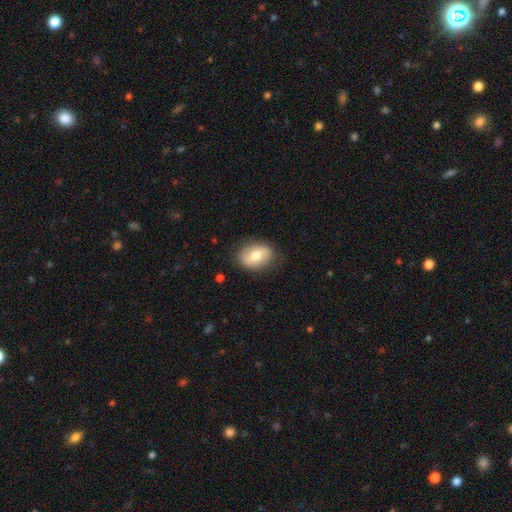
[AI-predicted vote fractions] Smooth or featured?
  - smooth: 67% *
  - featured or disk: 26%
  - star or artifact: 7%
How rounded?
  - in between: 73% *
  - round: 25%
  - cigar-shaped: 1%
Merging?
  - none: 82% *
  - minor disturbance: 13%
  - major disturbance: 3%
  - merger: 1%